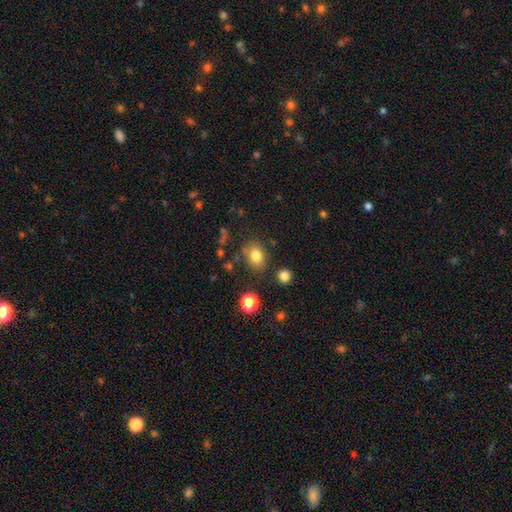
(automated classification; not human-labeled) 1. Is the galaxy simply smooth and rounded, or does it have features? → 79% smooth, 12% star or artifact, 8% featured or disk.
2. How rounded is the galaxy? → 57% in between, 42% round, 1% cigar-shaped.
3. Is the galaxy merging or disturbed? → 75% none, 15% minor disturbance, 6% merger, 5% major disturbance.